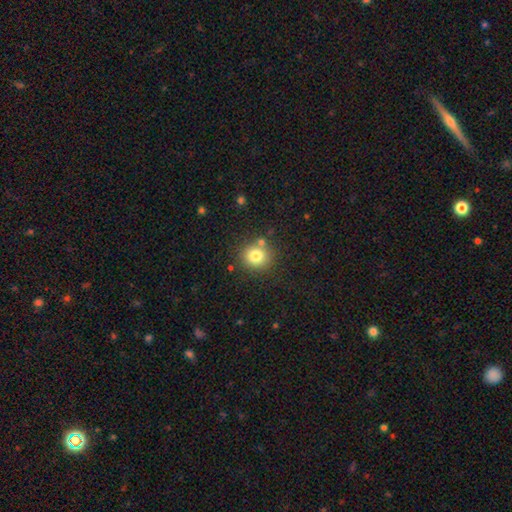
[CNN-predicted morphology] Smooth or featured? smooth (79%)
How rounded? round (87%)
Merging? none (80%)